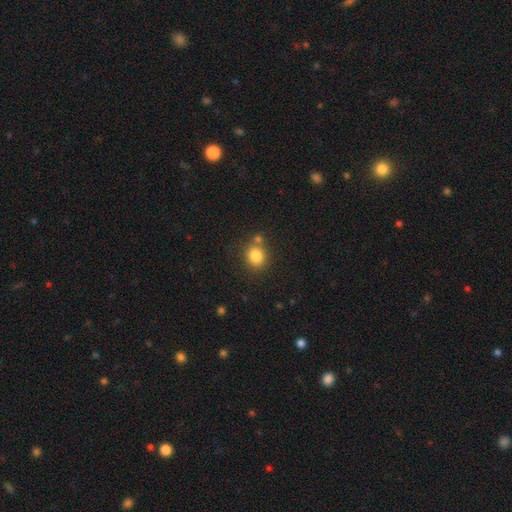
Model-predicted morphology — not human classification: smooth 83%, star or artifact 11%, featured or disk 6%. Down the decision tree: how rounded — round (79%); merging — none (72%).